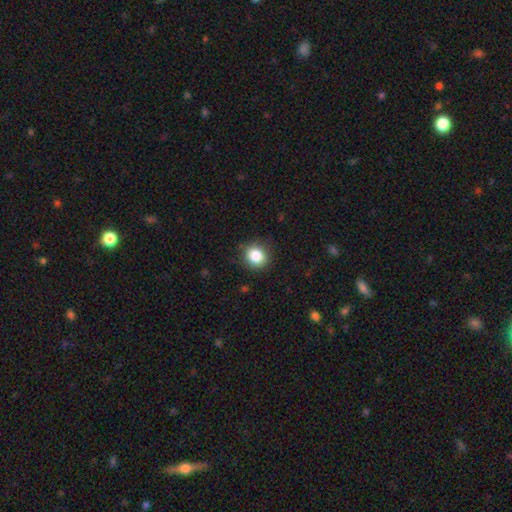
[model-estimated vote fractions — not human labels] Morphology: type=smooth (85%); roundness=round (84%); merging=none (87%).